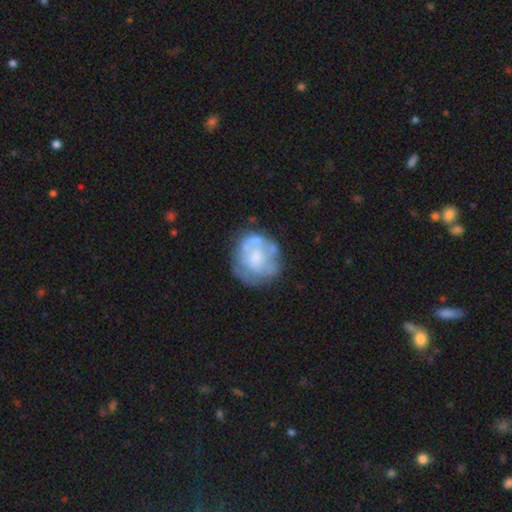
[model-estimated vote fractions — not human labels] Overall: featured or disk (53%; smooth 40%). Edge-on disk: no (98%). Bar: no (85%). Spiral arms: no (72%). Bulge size: moderate (44%; small 28%). Merging: none (60%; minor disturbance 22%).